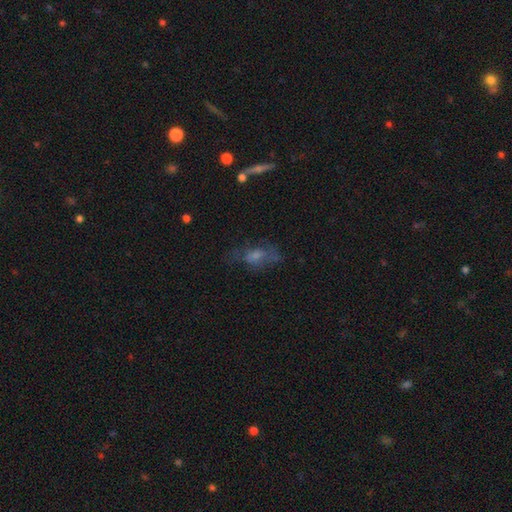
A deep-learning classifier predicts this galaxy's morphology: type=featured or disk (42%); merging=none (52%).